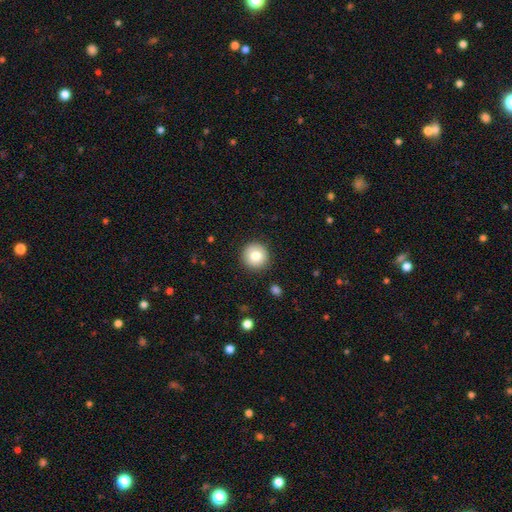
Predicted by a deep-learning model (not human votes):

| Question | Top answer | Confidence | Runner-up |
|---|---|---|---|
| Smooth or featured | smooth | 80% | featured or disk (11%) |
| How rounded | round | 95% | in between (4%) |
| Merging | none | 91% | minor disturbance (6%) |